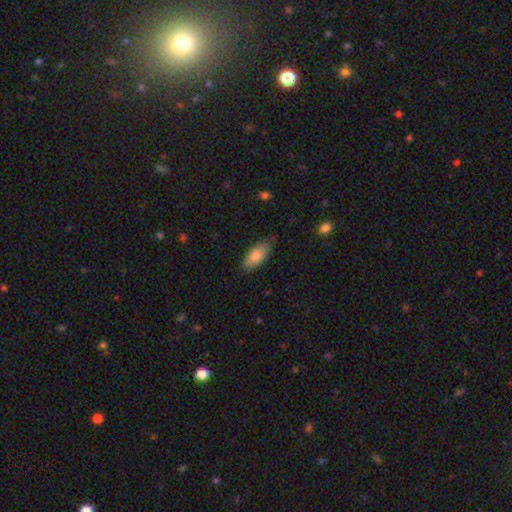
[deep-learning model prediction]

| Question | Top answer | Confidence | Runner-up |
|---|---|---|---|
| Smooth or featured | smooth | 81% | featured or disk (13%) |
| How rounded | in between | 84% | cigar-shaped (13%) |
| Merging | none | 76% | minor disturbance (19%) |